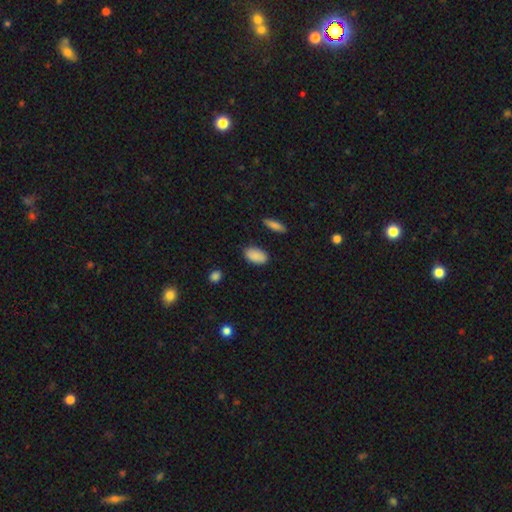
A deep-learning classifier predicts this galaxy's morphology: Smooth or featured? smooth (89%)
How rounded? in between (93%)
Merging? none (85%)